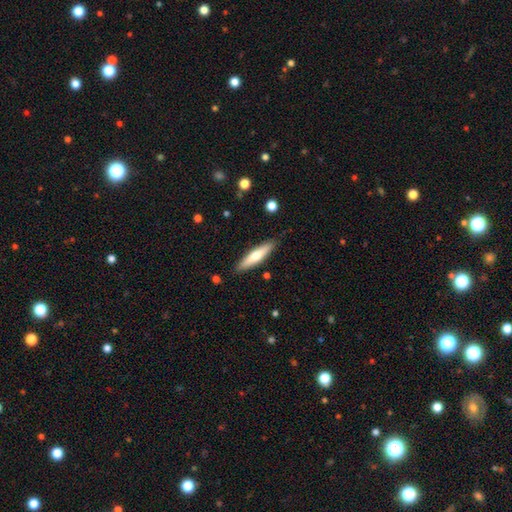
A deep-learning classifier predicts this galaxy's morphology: Smooth or featured? smooth (58%)
How rounded? cigar-shaped (81%)
Merging? none (88%)